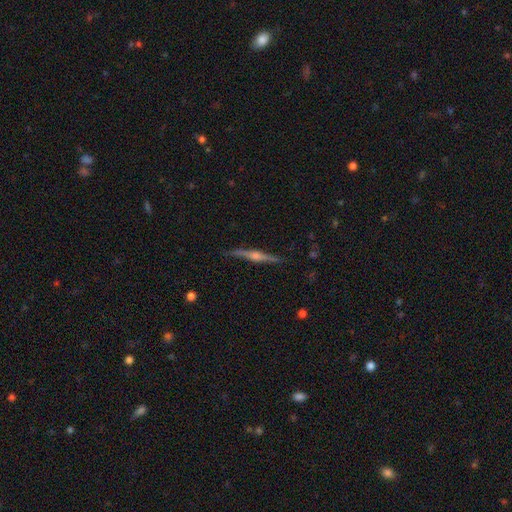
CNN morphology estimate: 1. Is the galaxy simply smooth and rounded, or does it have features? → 81% featured or disk, 13% smooth, 6% star or artifact.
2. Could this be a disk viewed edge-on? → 98% yes, 2% no.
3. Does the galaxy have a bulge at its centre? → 86% rounded, 9% boxy, 5% none.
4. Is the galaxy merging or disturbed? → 88% none, 9% minor disturbance, 2% major disturbance, 1% merger.